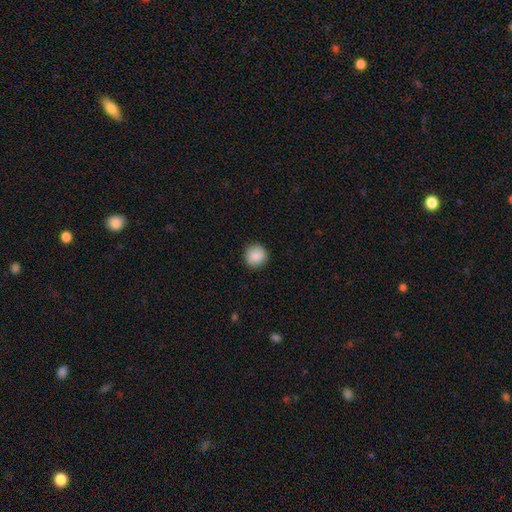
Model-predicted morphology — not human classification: Smooth or featured? smooth (87%)
How rounded? round (94%)
Merging? none (91%)